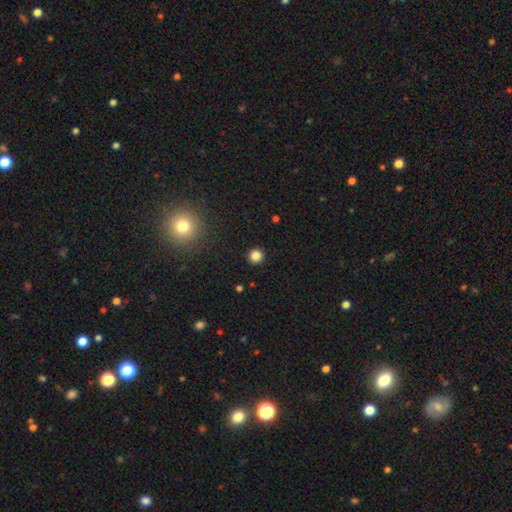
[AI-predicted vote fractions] smooth 84%, star or artifact 12%, featured or disk 4%. Down the decision tree: how rounded — round (94%); merging — none (92%).